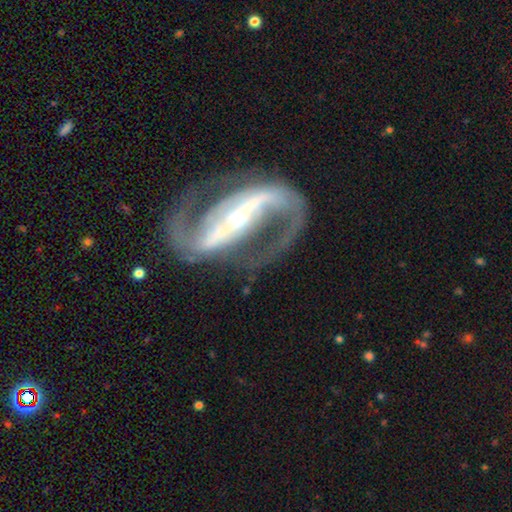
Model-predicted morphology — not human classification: The model was most divided on "spiral winding": medium: 54%, loose: 29%, tight: 17%. More confident: spiral arms — yes (97%); edge-on disk — no (96%); spiral arm count — 2 (94%); smooth or featured — featured or disk (93%); merging — none (80%); bar — strong (79%); bulge size — small (71%).